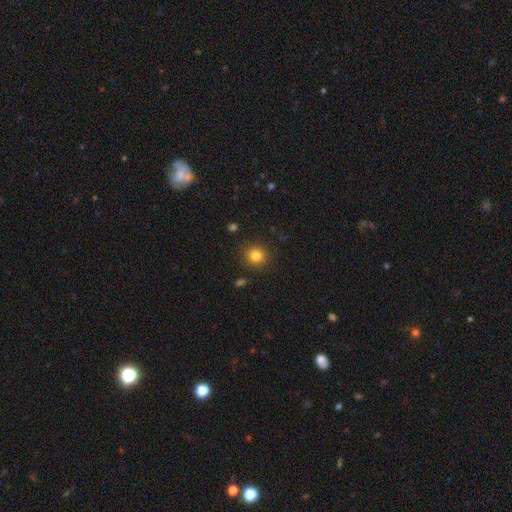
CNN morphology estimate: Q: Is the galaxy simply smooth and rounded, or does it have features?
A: smooth — 82%.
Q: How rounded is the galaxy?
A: round — 90%.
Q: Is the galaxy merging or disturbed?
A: none — 90%.